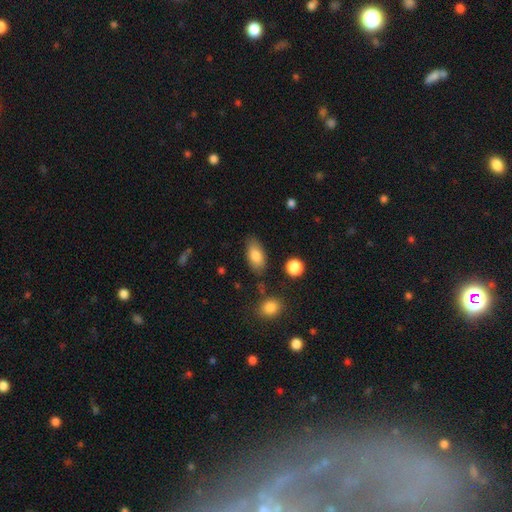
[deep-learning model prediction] A smooth galaxy with no disk features (82%) that is in between round and cigar-shaped (90%).

Vote fractions:
- Smooth or featured? smooth: 82% / featured or disk: 11% / star or artifact: 7%
- How rounded? in between: 90% / cigar-shaped: 6% / round: 4%
- Merging? none: 80% / minor disturbance: 13% / major disturbance: 3% / merger: 3%